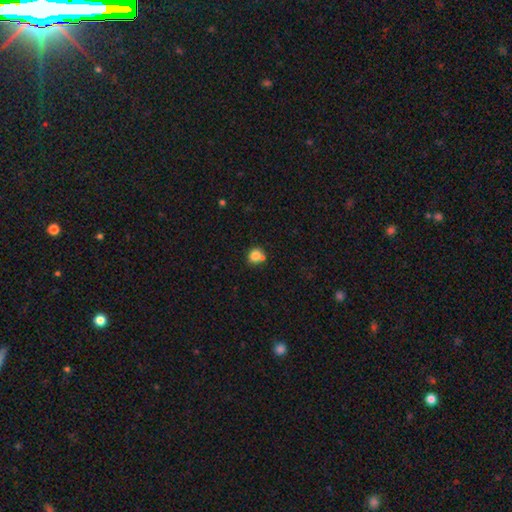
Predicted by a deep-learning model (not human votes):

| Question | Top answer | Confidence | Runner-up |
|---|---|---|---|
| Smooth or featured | smooth | 81% | star or artifact (11%) |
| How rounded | round | 81% | in between (18%) |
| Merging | none | 59% | merger (23%) |